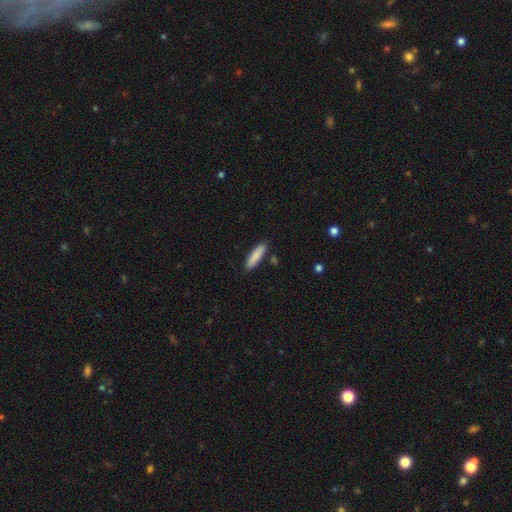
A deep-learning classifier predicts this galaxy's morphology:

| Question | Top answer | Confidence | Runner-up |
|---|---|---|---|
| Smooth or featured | smooth | 86% | featured or disk (9%) |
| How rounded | cigar-shaped | 71% | in between (28%) |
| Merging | none | 86% | minor disturbance (9%) |